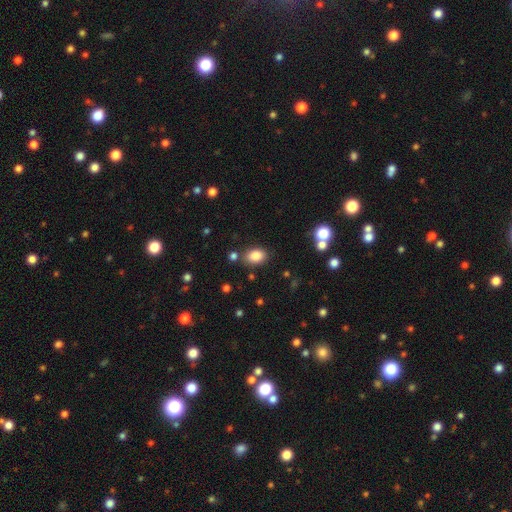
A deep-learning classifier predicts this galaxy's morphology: This is clearly a smooth galaxy (85%). How rounded: clearly in between (81%). Merging: clearly none (80%).